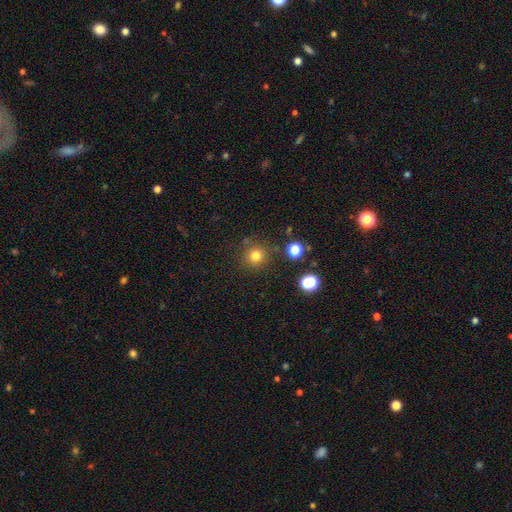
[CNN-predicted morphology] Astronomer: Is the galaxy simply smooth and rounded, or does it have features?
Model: smooth — 79%.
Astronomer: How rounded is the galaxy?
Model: round — 94%.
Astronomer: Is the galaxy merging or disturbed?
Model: none — 84%.